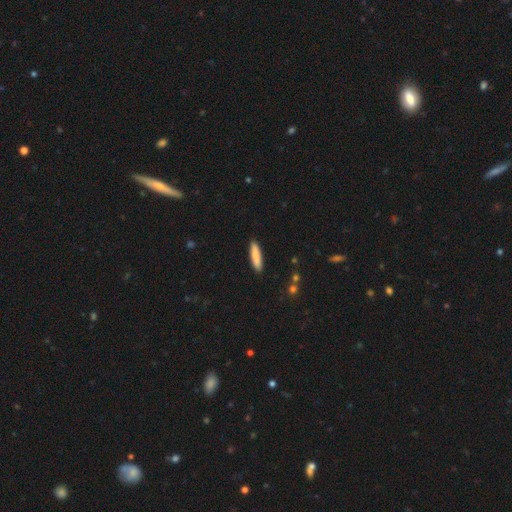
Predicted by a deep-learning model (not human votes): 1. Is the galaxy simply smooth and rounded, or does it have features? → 84% smooth, 10% featured or disk, 6% star or artifact.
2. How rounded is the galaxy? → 82% cigar-shaped, 17% in between, 1% round.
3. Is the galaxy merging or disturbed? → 90% none, 7% minor disturbance, 1% major disturbance, 1% merger.